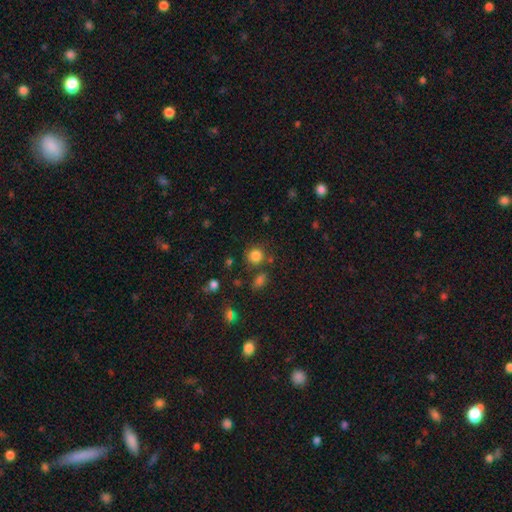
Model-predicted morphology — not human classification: This appears to be a smooth galaxy with no disk features (82%) that is round (86%). Merging: none (76%).